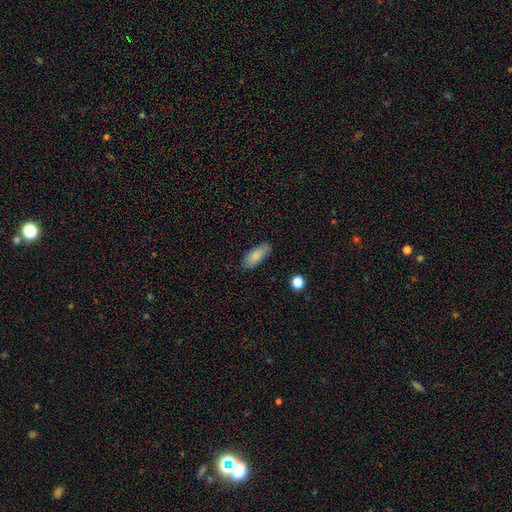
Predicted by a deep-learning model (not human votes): Smooth or featured? Predicted: smooth (p=0.85). How rounded? Predicted: in between (p=0.72). Merging? Predicted: none (p=0.82).